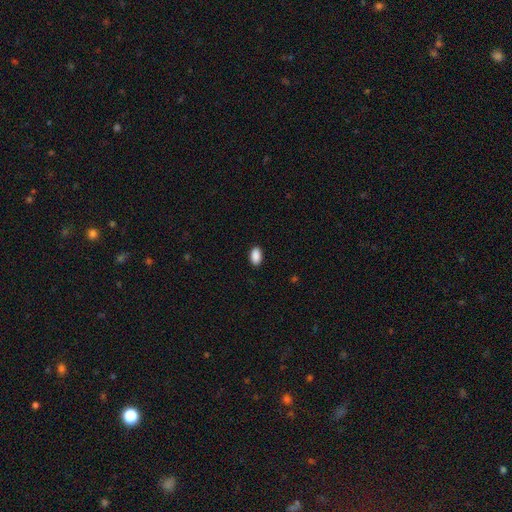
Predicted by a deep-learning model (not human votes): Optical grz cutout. It shows a smooth galaxy with no disk features (91%) that is in between round and cigar-shaped (93%). Merging: none (90%).